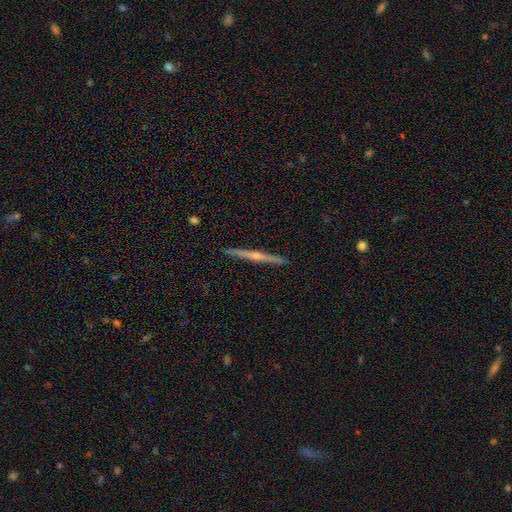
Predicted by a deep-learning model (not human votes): The model was most divided on "edge-on bulge": rounded: 67%, none: 24%, boxy: 9%. More confident: edge-on disk — yes (96%); merging — none (90%); smooth or featured — featured or disk (69%).